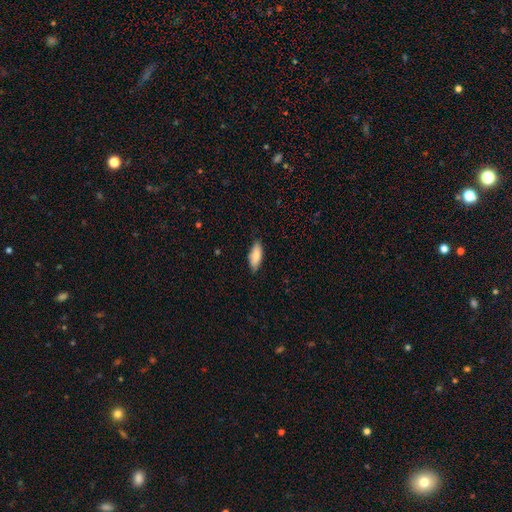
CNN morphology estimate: The model was most divided on "how rounded": in between: 75%, cigar-shaped: 23%, round: 2%. More confident: smooth or featured — smooth (86%); merging — none (82%).